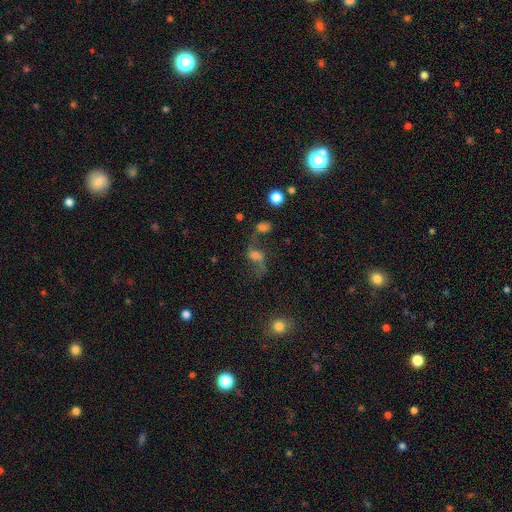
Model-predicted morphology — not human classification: Q: Smooth or featured?
A: featured or disk (63%); runner-up: smooth (19%)
Q: Edge-on disk?
A: no (95%); runner-up: yes (5%)
Q: Bar?
A: no (48%); runner-up: weak (39%)
Q: Spiral arms?
A: yes (88%); runner-up: no (12%)
Q: Spiral winding?
A: loose (85%); runner-up: medium (12%)
Q: Spiral arm count?
A: 2 (90%); runner-up: 1 (5%)
Q: Bulge size?
A: moderate (40%); runner-up: small (26%)
Q: Merging?
A: none (52%); runner-up: major disturbance (17%)